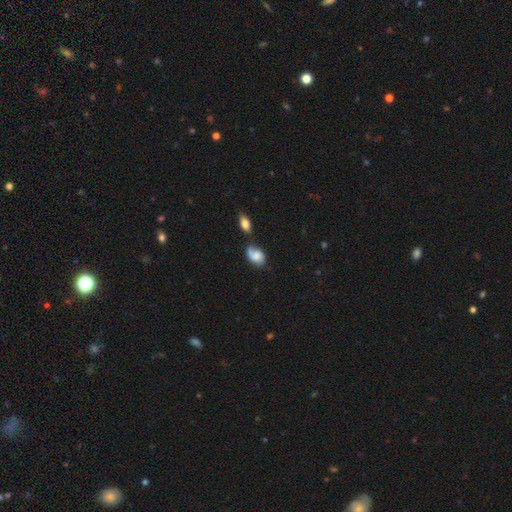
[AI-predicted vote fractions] Smooth or featured? smooth (60%)
How rounded? in between (81%)
Merging? none (43%)